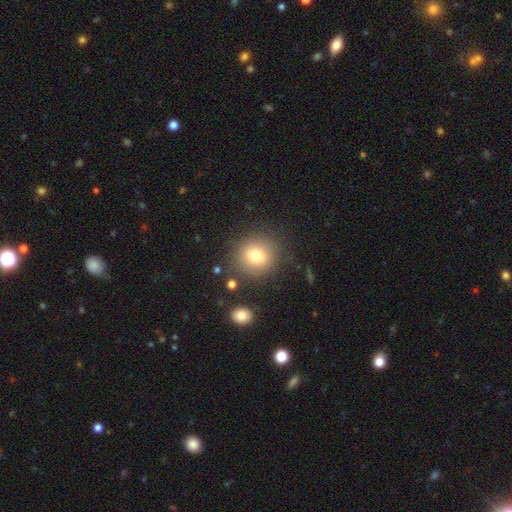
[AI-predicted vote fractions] smooth-or-featured: smooth: 77% | star or artifact: 12% | featured or disk: 11%
  how-rounded: round: 86% | in between: 13% | cigar-shaped: 1%
  merging: none: 83% | minor disturbance: 10% | major disturbance: 4% | merger: 3%